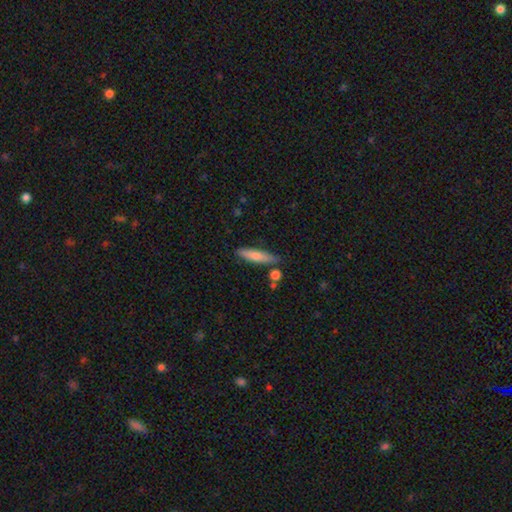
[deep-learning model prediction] Q: Smooth or featured?
A: smooth (74%); runner-up: featured or disk (20%)
Q: How rounded?
A: cigar-shaped (81%); runner-up: in between (17%)
Q: Merging?
A: none (77%); runner-up: minor disturbance (14%)